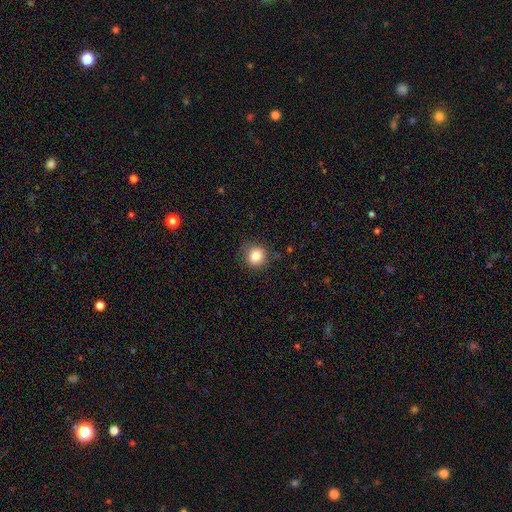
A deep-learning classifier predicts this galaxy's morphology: type=smooth (84%); roundness=round (86%); merging=none (83%).